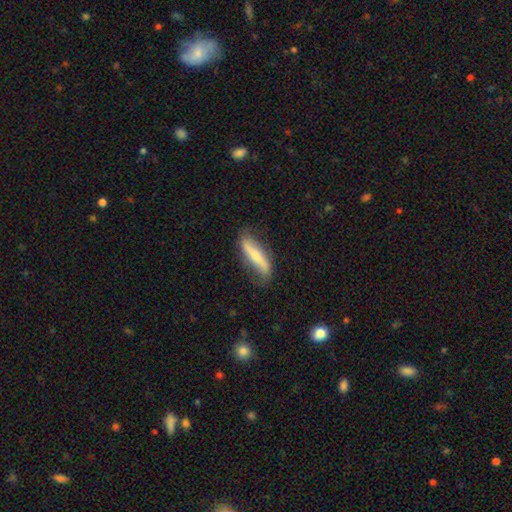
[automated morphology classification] Smooth or featured: featured or disk — 53% (smooth — 41%)
Edge-on disk: no — 54% (yes — 46%)
Merging: none — 73% (minor disturbance — 20%)